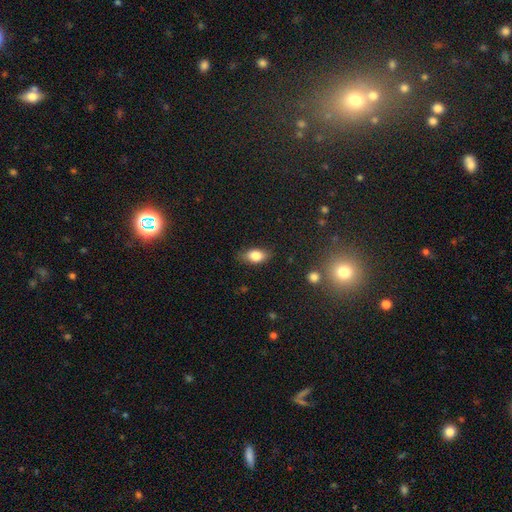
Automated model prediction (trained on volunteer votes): Overall: smooth (82%). How rounded: in between (88%). Merging: none (80%).